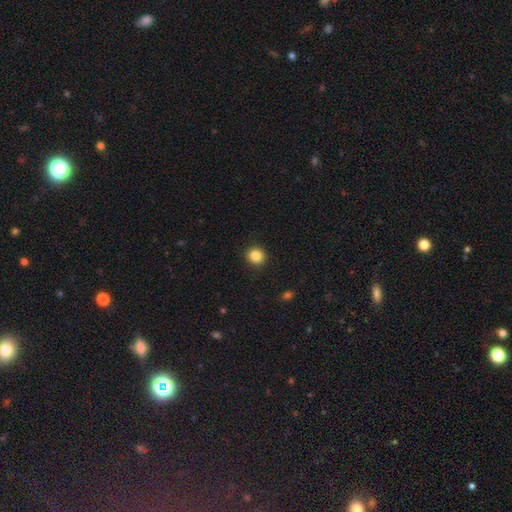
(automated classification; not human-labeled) Smooth or featured?
  - smooth: 85% *
  - star or artifact: 10%
  - featured or disk: 5%
How rounded?
  - round: 90% *
  - in between: 9%
  - cigar-shaped: 1%
Merging?
  - none: 92% *
  - minor disturbance: 5%
  - major disturbance: 2%
  - merger: 1%